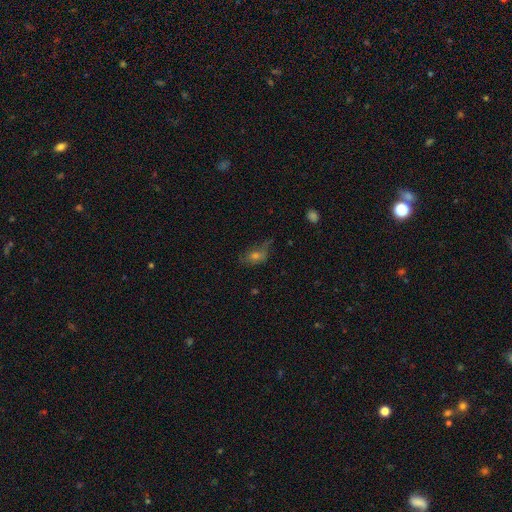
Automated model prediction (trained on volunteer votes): Q: Smooth or featured?
A: smooth (52%); runner-up: featured or disk (28%)
Q: How rounded?
A: in between (74%); runner-up: round (22%)
Q: Merging?
A: none (43%); runner-up: minor disturbance (28%)